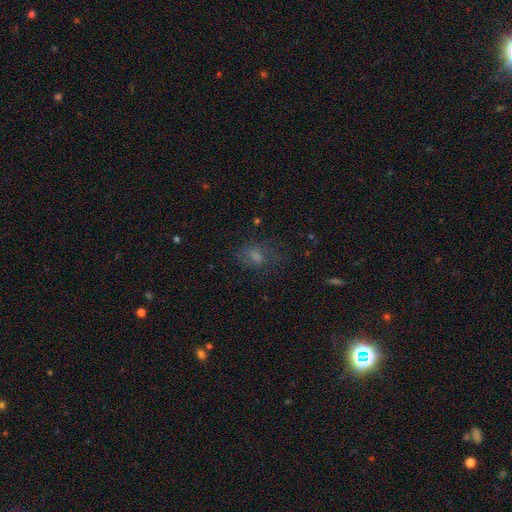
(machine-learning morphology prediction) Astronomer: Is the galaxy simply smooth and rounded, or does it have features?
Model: smooth — 46% (runner-up: star or artifact, 29%).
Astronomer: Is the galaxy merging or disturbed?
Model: none — 66%.